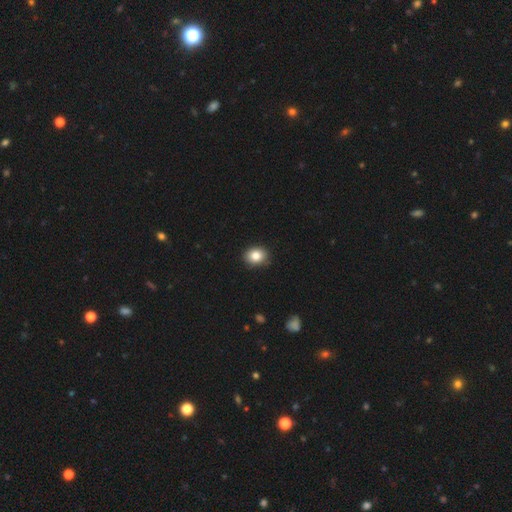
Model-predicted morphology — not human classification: Smooth or featured: smooth — 85% (star or artifact — 9%)
How rounded: round — 51% (in between — 48%)
Merging: none — 88% (minor disturbance — 9%)